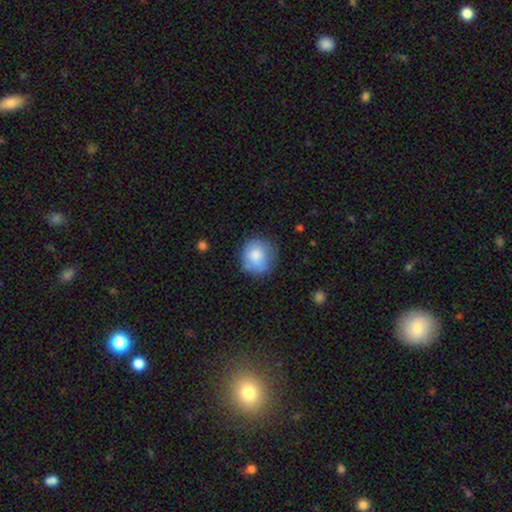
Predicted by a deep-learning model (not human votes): This appears to be a smooth galaxy with no disk features (75%) that is round (82%). Merging: none (64%).